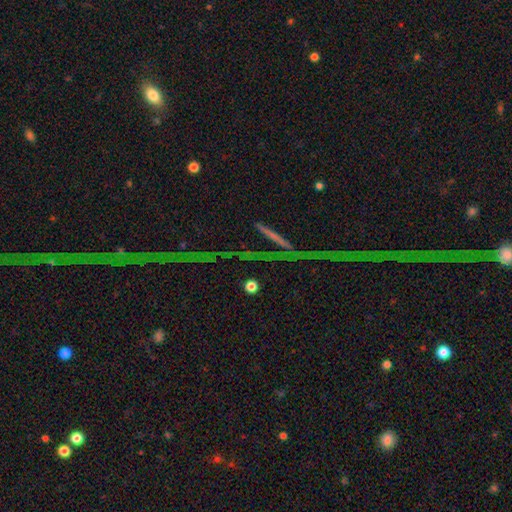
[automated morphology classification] This appears to be a star or artifact, not a galaxy (80%).